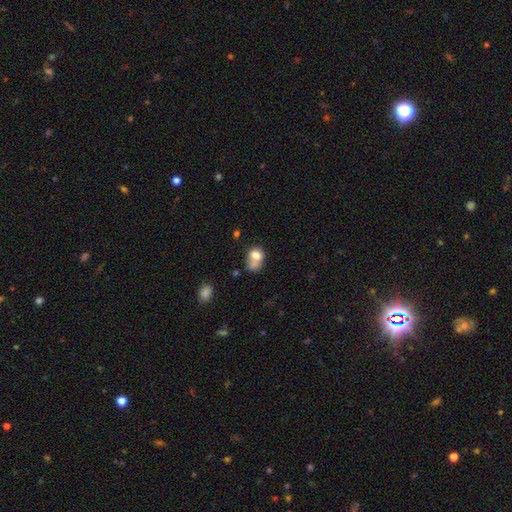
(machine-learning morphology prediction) Smooth or featured? Predicted: smooth (p=0.72). How rounded? Predicted: in between (p=0.58). Merging? Predicted: merger (p=0.41).